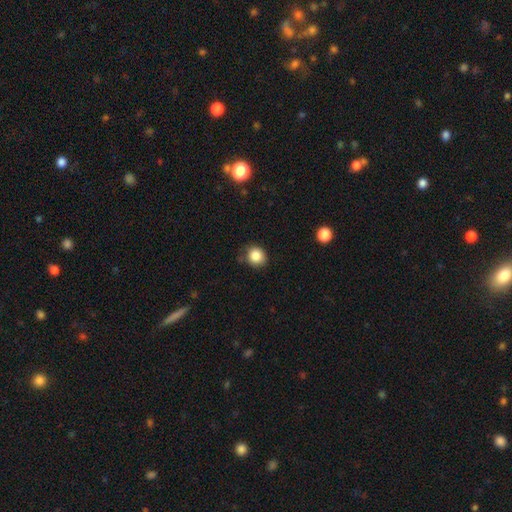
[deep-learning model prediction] smooth_or_featured: smooth (p=0.85) [alt: star or artifact p=0.10]
how_rounded: round (p=0.83) [alt: in between p=0.16]
merging: none (p=0.81) [alt: minor disturbance p=0.14]